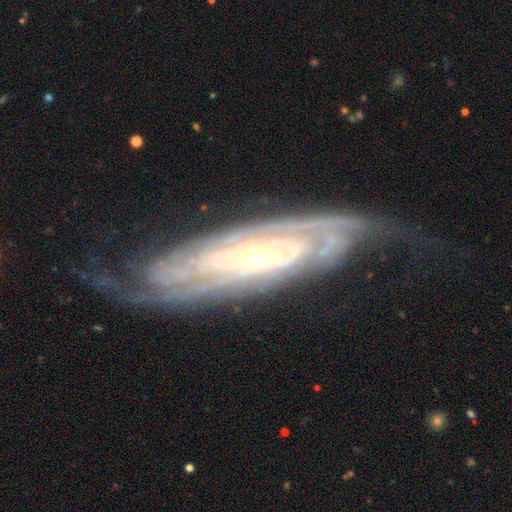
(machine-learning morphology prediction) The model was most divided on "spiral arm count": can't tell: 32%, 2: 23%, 3: 14%, 4: 13%, more than 4: 10%, 1: 6%. More confident: spiral arms — yes (97%); smooth or featured — featured or disk (89%); edge-on disk — no (85%); spiral winding — tight (73%); bulge size — small (72%); merging — none (68%); bar — no (62%).